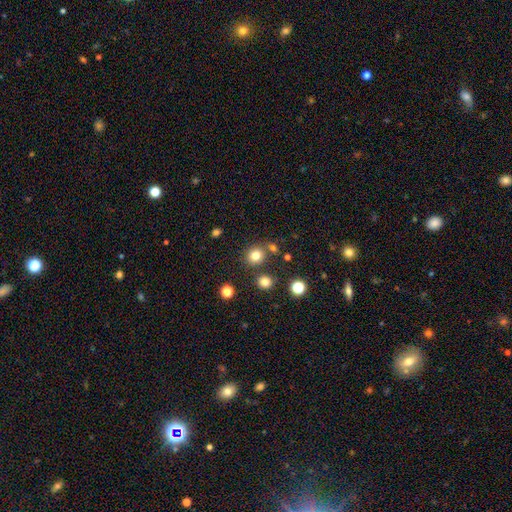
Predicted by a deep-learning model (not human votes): This is likely a smooth galaxy (80%). How rounded: clearly round (84%). Merging: likely none (77%).